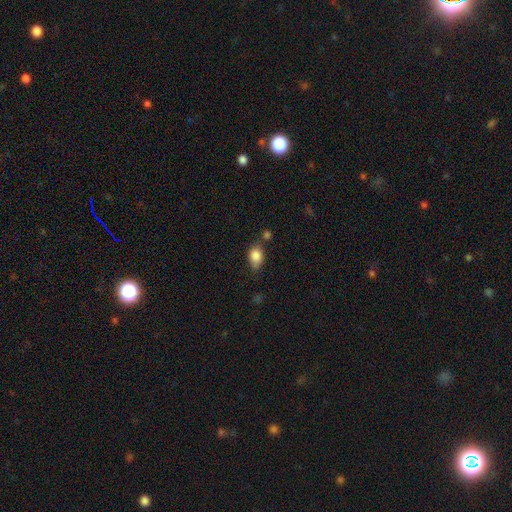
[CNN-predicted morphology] smooth-or-featured: smooth: 85% | star or artifact: 9% | featured or disk: 6%
  how-rounded: in between: 73% | round: 25% | cigar-shaped: 2%
  merging: none: 56% | minor disturbance: 28% | merger: 10% | major disturbance: 7%